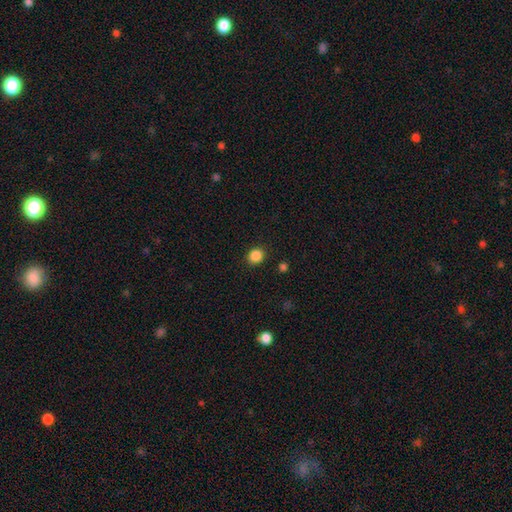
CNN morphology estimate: smooth_or_featured: smooth (p=0.86) [alt: star or artifact p=0.11]
how_rounded: round (p=0.79) [alt: in between p=0.20]
merging: none (p=0.89) [alt: minor disturbance p=0.07]